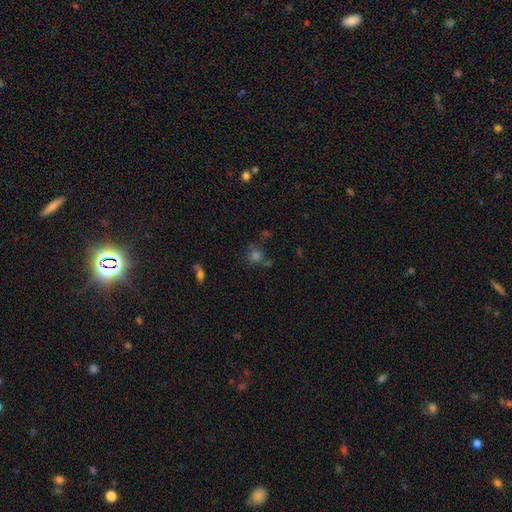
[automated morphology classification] A smooth galaxy with no disk features (56%) that is round (84%). Merging: none (67%).